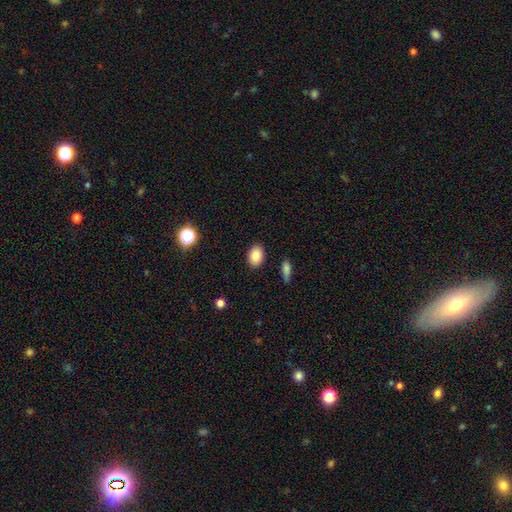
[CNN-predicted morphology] This appears to be a smooth galaxy with no disk features (84%) that is in between round and cigar-shaped (79%). Merging: none (88%).